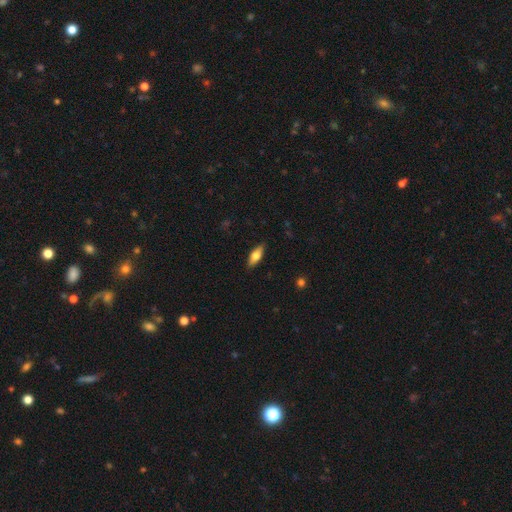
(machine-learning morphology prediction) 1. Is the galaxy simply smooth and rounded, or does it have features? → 67% smooth, 27% featured or disk, 6% star or artifact.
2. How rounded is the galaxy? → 71% in between, 26% cigar-shaped, 3% round.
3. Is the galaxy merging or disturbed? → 87% none, 10% minor disturbance, 2% major disturbance, 1% merger.